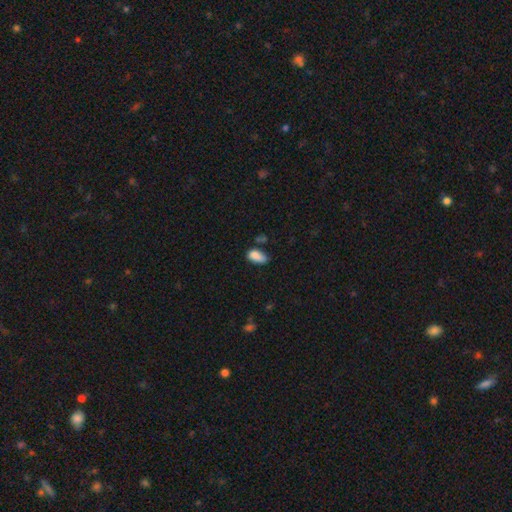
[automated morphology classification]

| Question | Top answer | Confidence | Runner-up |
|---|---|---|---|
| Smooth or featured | smooth | 85% | star or artifact (9%) |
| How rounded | in between | 91% | cigar-shaped (5%) |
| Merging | none | 51% | minor disturbance (32%) |